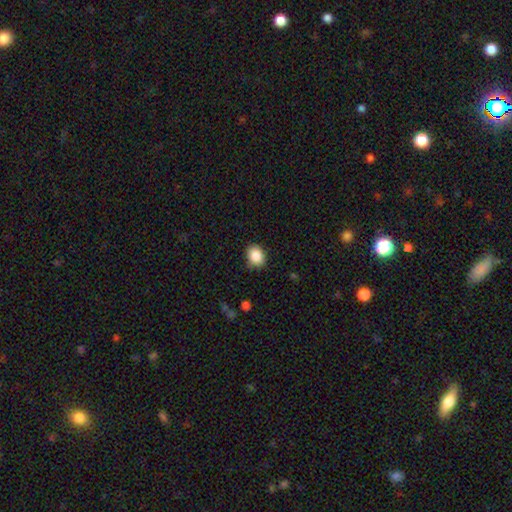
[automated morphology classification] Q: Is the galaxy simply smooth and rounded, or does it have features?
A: smooth — 88%.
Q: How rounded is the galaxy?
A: in between — 53%.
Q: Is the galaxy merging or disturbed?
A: none — 84%.